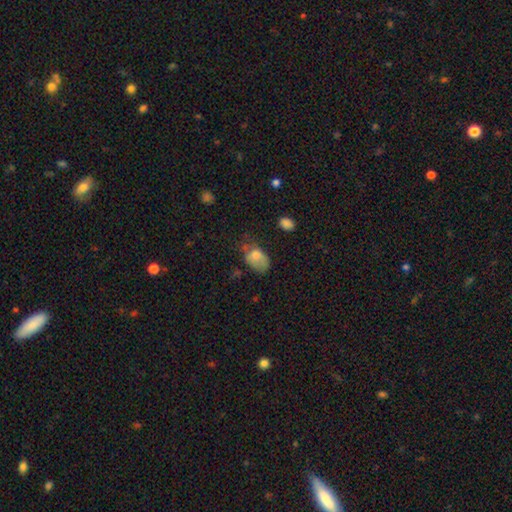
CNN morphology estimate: The model was most divided on "merging": minor disturbance: 36%, none: 34%, major disturbance: 26%, merger: 4%. More confident: how rounded — in between (83%); smooth or featured — smooth (73%).